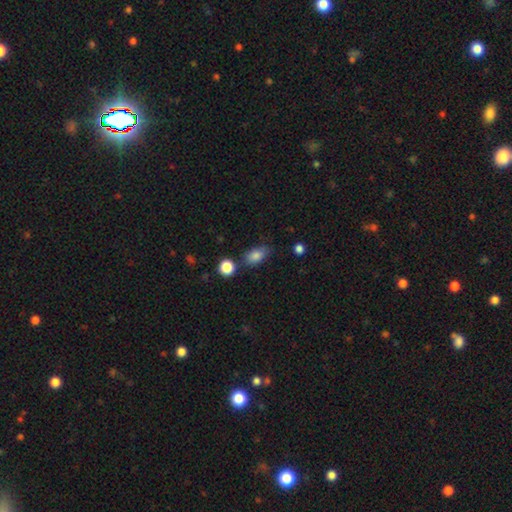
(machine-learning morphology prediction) Smooth or featured? smooth (83%)
How rounded? in between (83%)
Merging? none (66%)